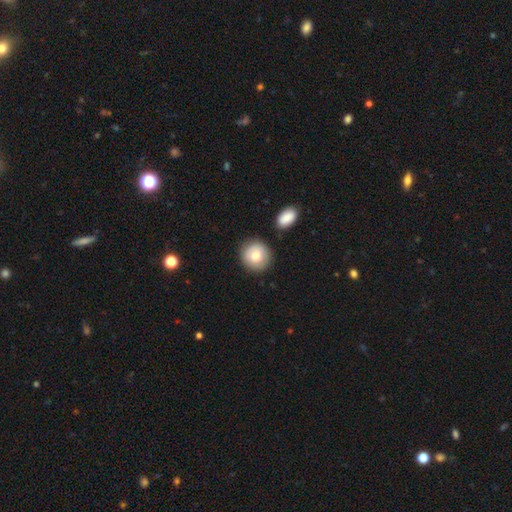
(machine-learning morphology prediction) type=smooth (77%); roundness=round (90%); merging=none (82%).